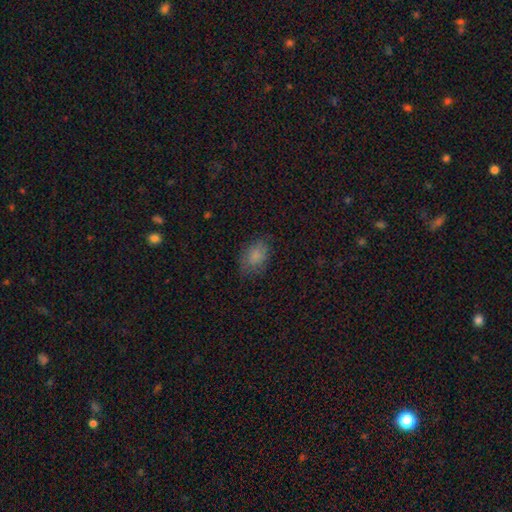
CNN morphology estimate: smooth 79%, star or artifact 11%, featured or disk 9%. Down the decision tree: how rounded — in between (82%); merging — none (71%).